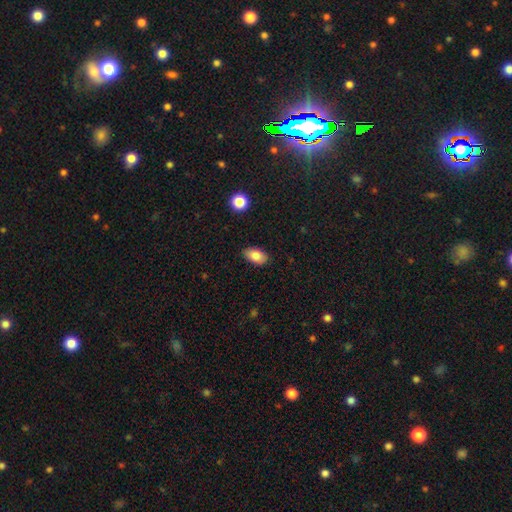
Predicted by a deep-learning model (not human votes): This appears to be a smooth galaxy with no disk features (86%) that is in between round and cigar-shaped (92%). Merging: none (85%).